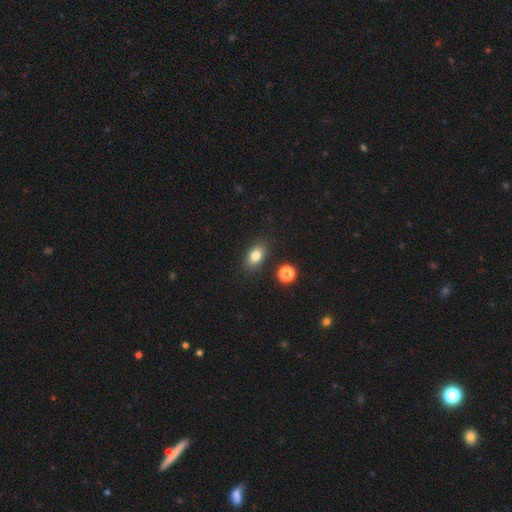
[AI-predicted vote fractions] Smooth or featured? smooth (81%)
How rounded? in between (83%)
Merging? none (84%)